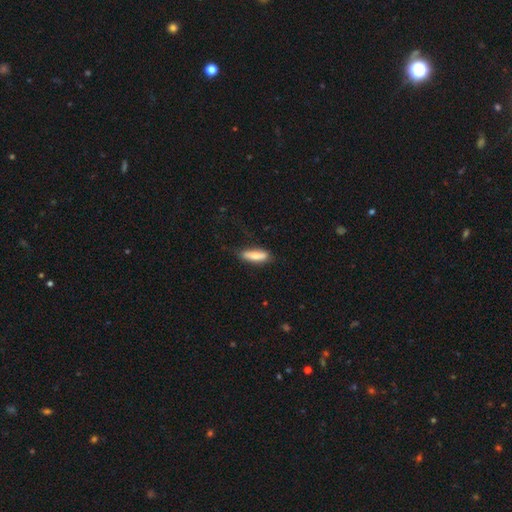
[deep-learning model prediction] A smooth galaxy with no disk features (73%) that is cigar-shaped (53%). Merging: none (74%).